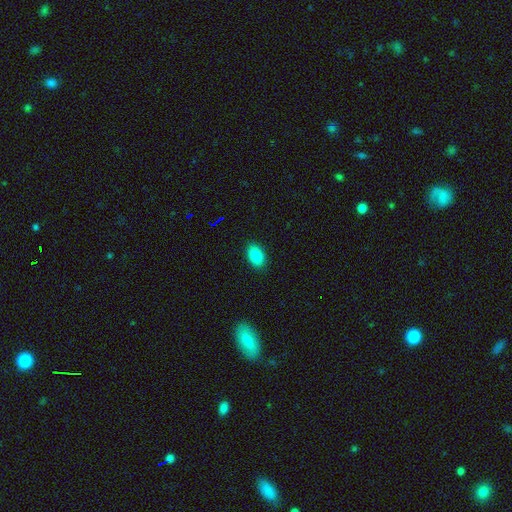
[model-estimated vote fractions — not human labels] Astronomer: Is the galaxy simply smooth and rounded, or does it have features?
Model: smooth — 89%.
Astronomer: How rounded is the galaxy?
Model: in between — 91%.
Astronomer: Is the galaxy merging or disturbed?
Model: none — 88%.